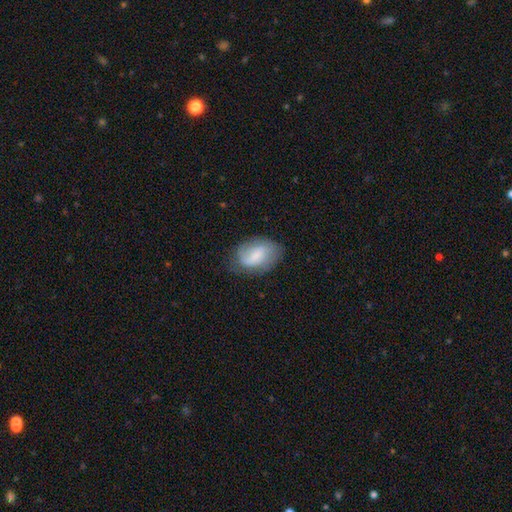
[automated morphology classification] Overall: smooth (49%; featured or disk 43%). Merging: none (65%).